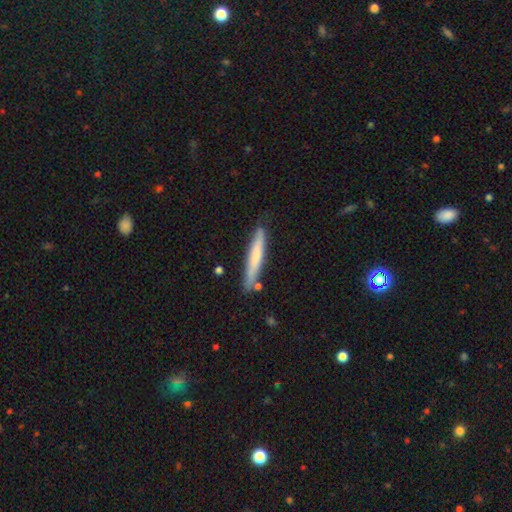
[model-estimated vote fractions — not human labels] This is likely a smooth galaxy (65%). How rounded: clearly cigar-shaped (94%). Merging: clearly none (80%).